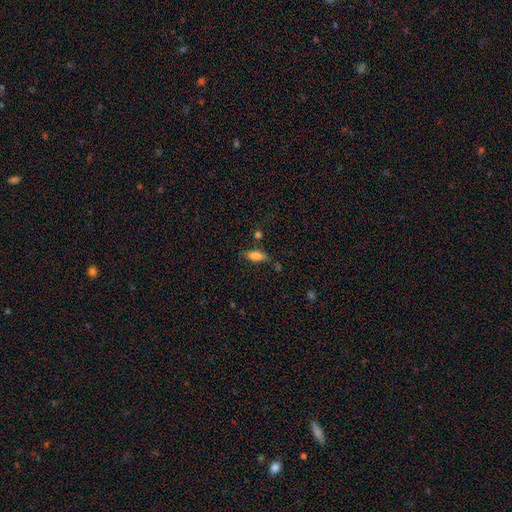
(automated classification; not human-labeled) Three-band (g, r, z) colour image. It shows a smooth galaxy with no disk features (77%) that is in between round and cigar-shaped (73%). Merging: none (68%).